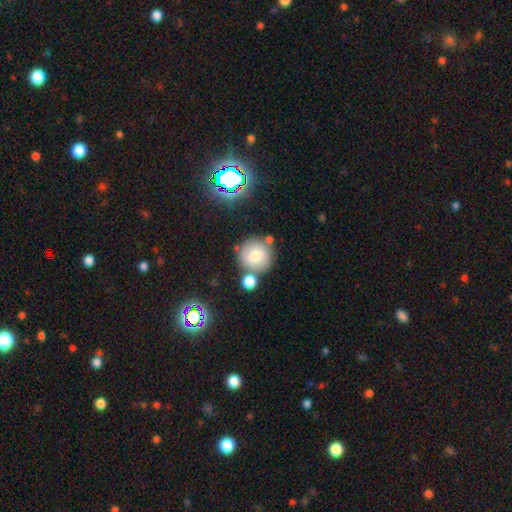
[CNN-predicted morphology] Smooth or featured?
  - smooth: 69% *
  - featured or disk: 19%
  - star or artifact: 12%
How rounded?
  - round: 93% *
  - in between: 6%
  - cigar-shaped: 1%
Merging?
  - none: 66% *
  - merger: 16%
  - minor disturbance: 13%
  - major disturbance: 4%